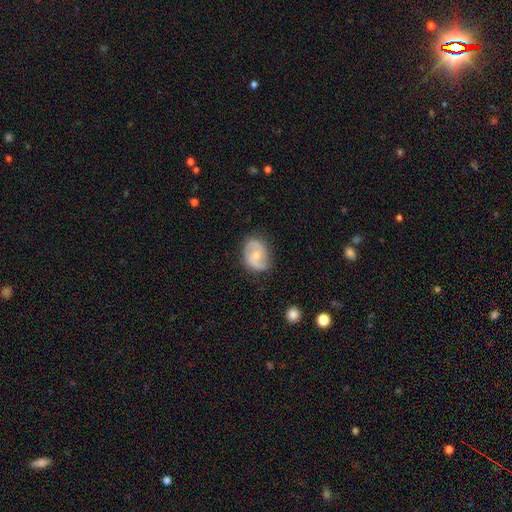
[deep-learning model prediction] smooth_or_featured: featured or disk (p=0.67) [alt: smooth p=0.27]
disk_edge_on: no (p=0.97) [alt: yes p=0.03]
bar: no (p=0.55) [alt: weak p=0.37]
has_spiral_arms: yes (p=0.87) [alt: no p=0.13]
spiral_winding: medium (p=0.47) [alt: loose p=0.31]
spiral_arm_count: 2 (p=0.87) [alt: can't tell p=0.07]
bulge_size: moderate (p=0.54) [alt: small p=0.42]
merging: none (p=0.77) [alt: minor disturbance p=0.17]